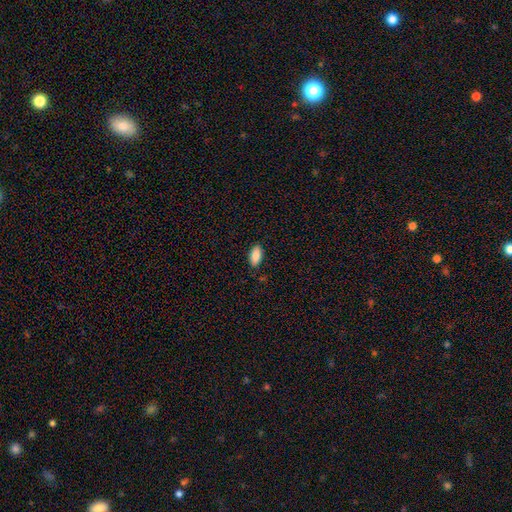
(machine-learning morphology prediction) The model was most divided on "merging": none: 86%, minor disturbance: 10%, major disturbance: 2%, merger: 1%. More confident: how rounded — in between (92%); smooth or featured — smooth (88%).